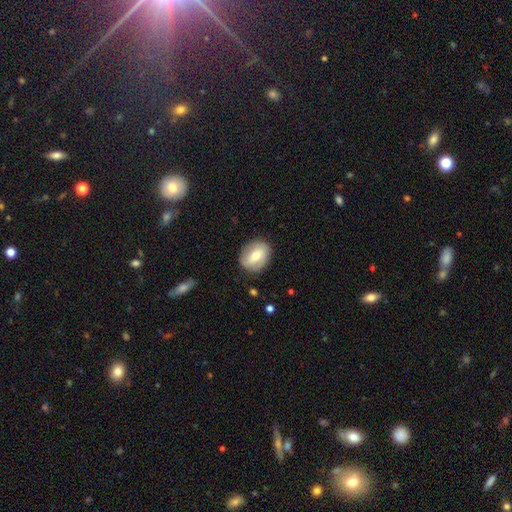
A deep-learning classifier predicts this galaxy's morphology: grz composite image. It shows a smooth galaxy with no disk features (55%) that is in between round and cigar-shaped (53%). Merging: none (81%).